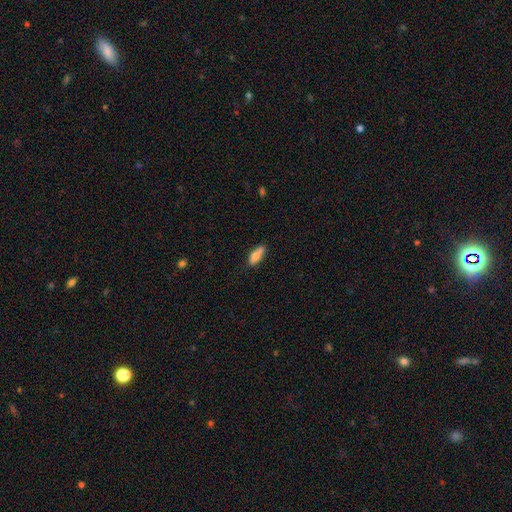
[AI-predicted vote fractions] Morphology: type=smooth (76%); roundness=in between (74%); merging=none (50%).